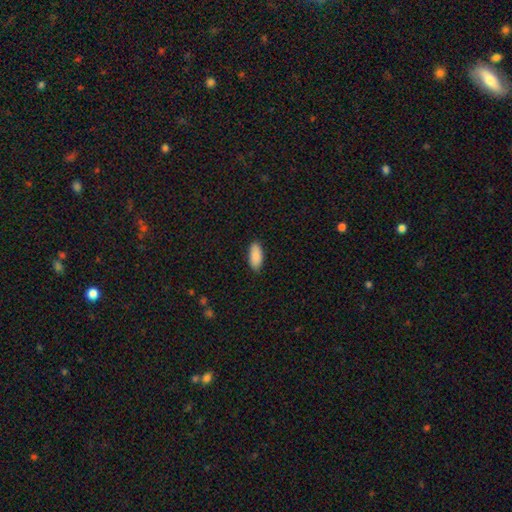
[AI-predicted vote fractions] Overall: smooth (90%). How rounded: in between (88%). Merging: none (88%).